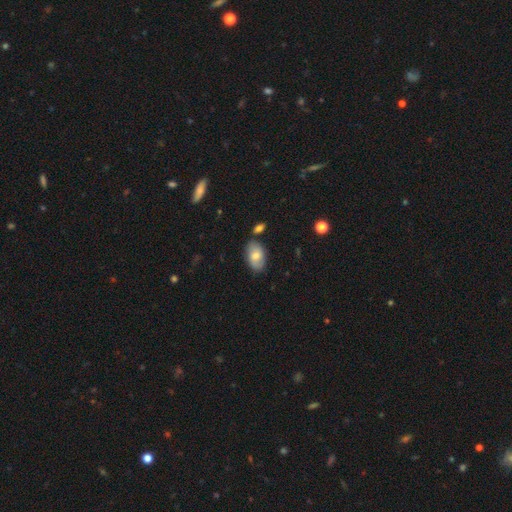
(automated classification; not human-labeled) Overall: smooth (68%). How rounded: in between (92%). Merging: none (77%).